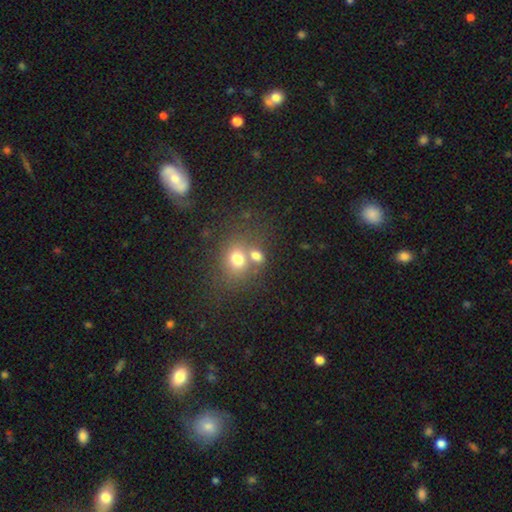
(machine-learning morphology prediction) A smooth galaxy with no disk features (71%) that is round (56%). Merging: merger (45%).